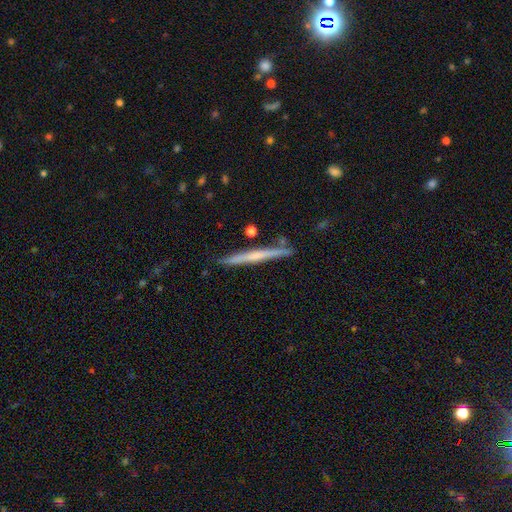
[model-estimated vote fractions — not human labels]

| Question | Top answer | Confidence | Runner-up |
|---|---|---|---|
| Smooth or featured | featured or disk | 54% | smooth (40%) |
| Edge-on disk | yes | 97% | no (3%) |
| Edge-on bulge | none | 64% | rounded (29%) |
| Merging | none | 86% | minor disturbance (9%) |